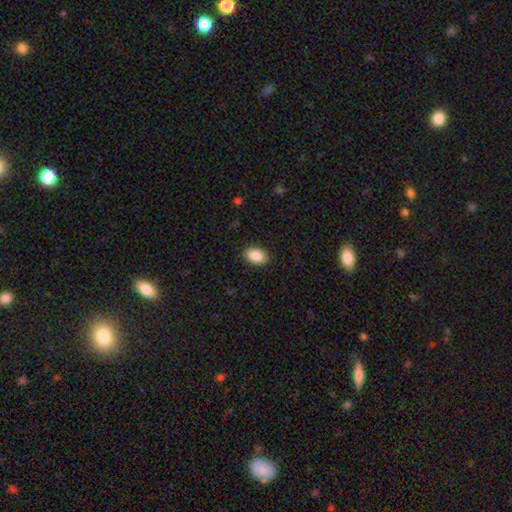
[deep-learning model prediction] Smooth or featured? Predicted: smooth (p=0.88). How rounded? Predicted: in between (p=0.87). Merging? Predicted: none (p=0.89).